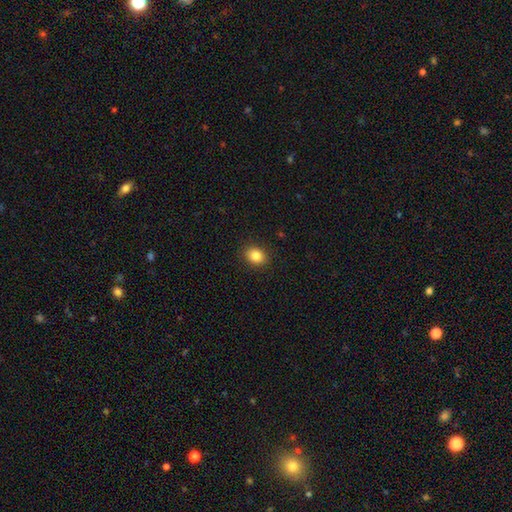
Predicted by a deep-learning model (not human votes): A smooth galaxy with no disk features (85%) that is in between round and cigar-shaped (52%).

Vote fractions:
- Smooth or featured? smooth: 85% / star or artifact: 10% / featured or disk: 5%
- How rounded? in between: 52% / round: 47% / cigar-shaped: 1%
- Merging? none: 90% / minor disturbance: 7% / major disturbance: 2% / merger: 1%